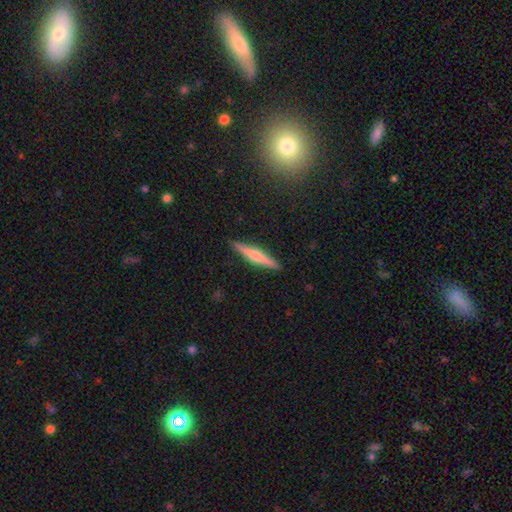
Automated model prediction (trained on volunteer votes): The model was most divided on "smooth or featured": featured or disk: 54%, smooth: 39%, star or artifact: 6%. More confident: edge-on disk — yes (97%); merging — none (91%); edge-on bulge — rounded (72%).